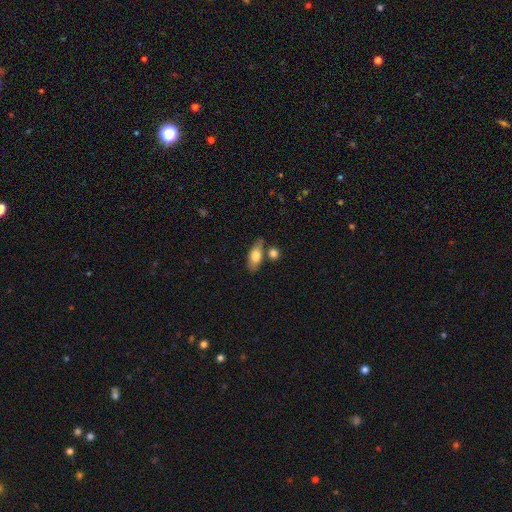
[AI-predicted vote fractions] This is likely a smooth galaxy (73%). How rounded: clearly in between (81%). Merging: likely none (65%).